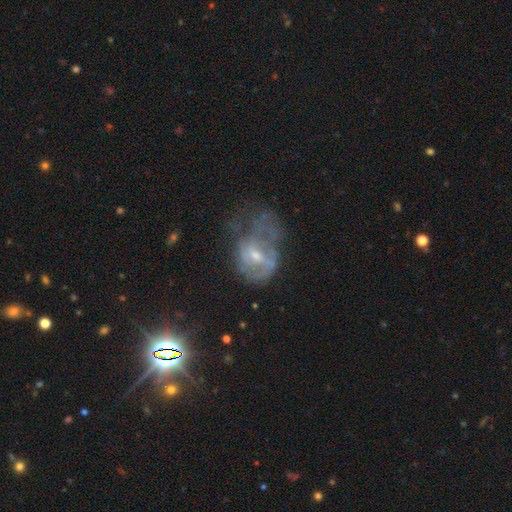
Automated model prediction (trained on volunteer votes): Q: Smooth or featured?
A: featured or disk (66%); runner-up: smooth (24%)
Q: Edge-on disk?
A: no (97%); runner-up: yes (3%)
Q: Bar?
A: no (47%); runner-up: weak (44%)
Q: Spiral arms?
A: yes (52%); runner-up: no (48%)
Q: Bulge size?
A: small (48%); runner-up: moderate (43%)
Q: Merging?
A: major disturbance (46%); runner-up: none (27%)